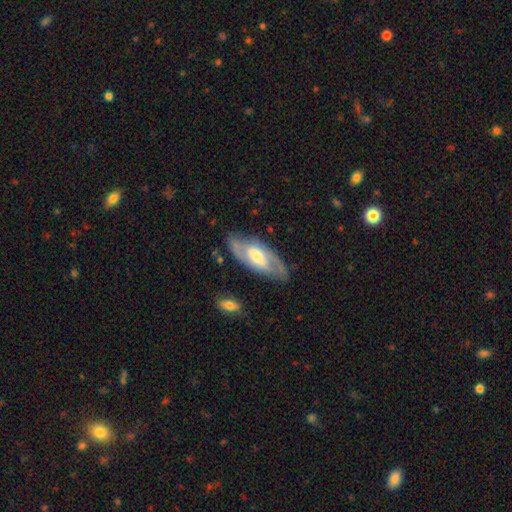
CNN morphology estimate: smooth_or_featured: featured or disk (p=0.72) [alt: smooth p=0.23]
disk_edge_on: no (p=0.87) [alt: yes p=0.13]
bar: weak (p=0.42) [alt: no p=0.34]
has_spiral_arms: yes (p=0.79) [alt: no p=0.21]
bulge_size: moderate (p=0.56) [alt: small p=0.29]
merging: none (p=0.80) [alt: minor disturbance p=0.14]